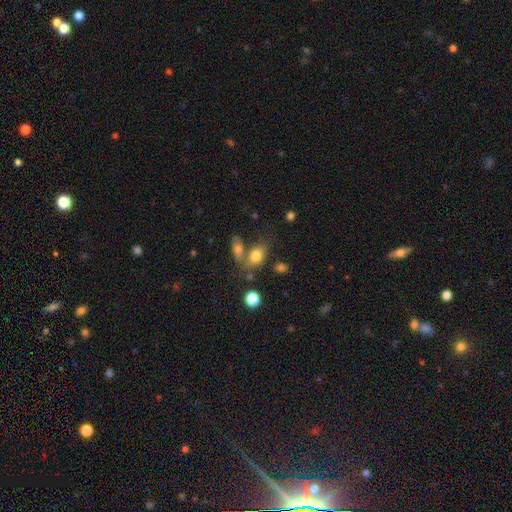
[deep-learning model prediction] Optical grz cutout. It shows a smooth galaxy with no disk features (78%) that is in between round and cigar-shaped (77%). Merging: none (43%).